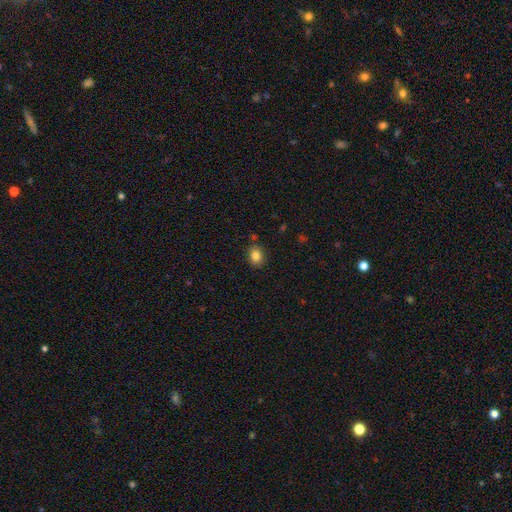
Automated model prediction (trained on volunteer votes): Smooth or featured? Predicted: smooth (p=0.84). How rounded? Predicted: in between (p=0.51). Merging? Predicted: none (p=0.84).